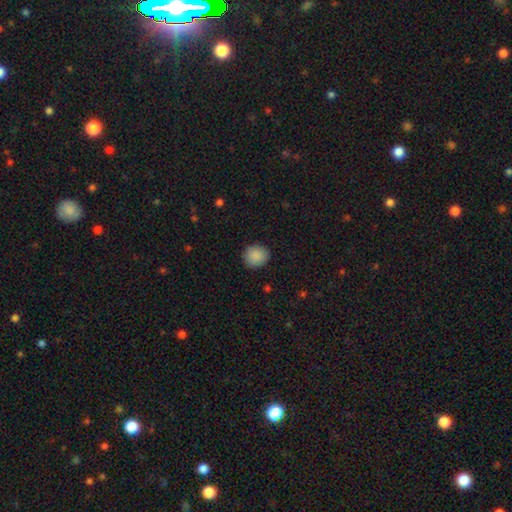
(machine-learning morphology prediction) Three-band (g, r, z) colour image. It shows a smooth galaxy with no disk features (89%) that is round (83%). Merging: none (89%).